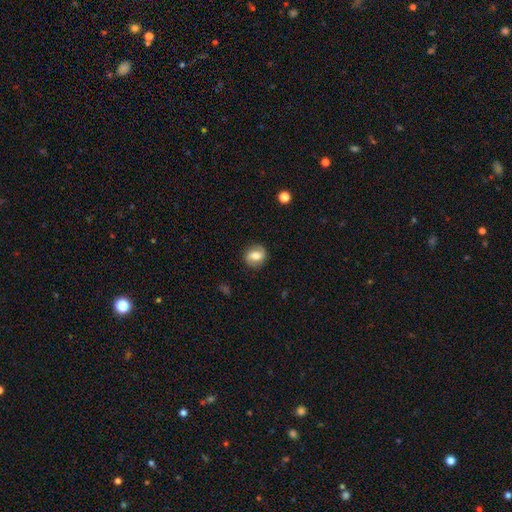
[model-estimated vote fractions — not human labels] Overall: smooth (51%; featured or disk 40%). How rounded: round (66%; in between 32%). Merging: none (84%).